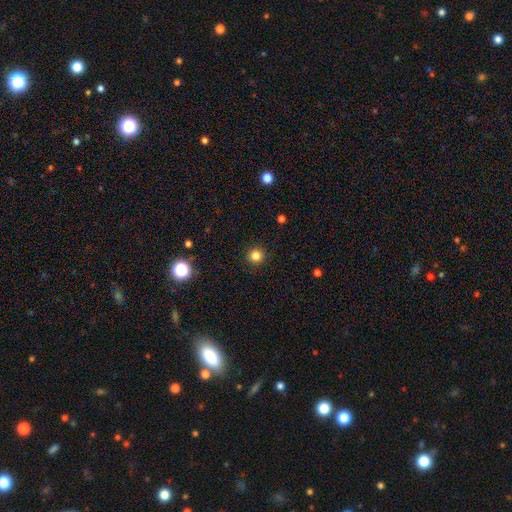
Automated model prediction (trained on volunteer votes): This is clearly a smooth galaxy (82%). How rounded: clearly round (95%). Merging: clearly none (92%).